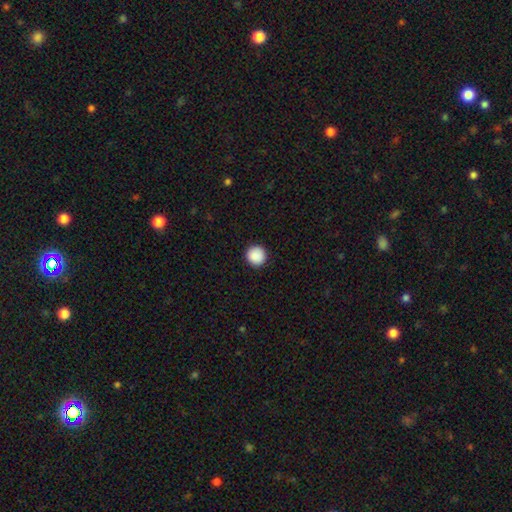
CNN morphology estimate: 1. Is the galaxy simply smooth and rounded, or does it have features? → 90% smooth, 8% star or artifact, 2% featured or disk.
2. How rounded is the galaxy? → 95% round, 4% in between, 1% cigar-shaped.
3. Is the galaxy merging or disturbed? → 92% none, 5% minor disturbance, 2% major disturbance, 1% merger.